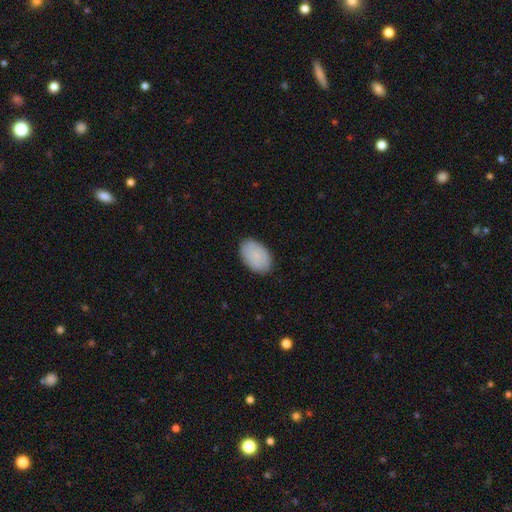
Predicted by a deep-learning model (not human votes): Smooth or featured: smooth — 86% (featured or disk — 8%)
How rounded: in between — 91% (round — 8%)
Merging: none — 86% (minor disturbance — 11%)